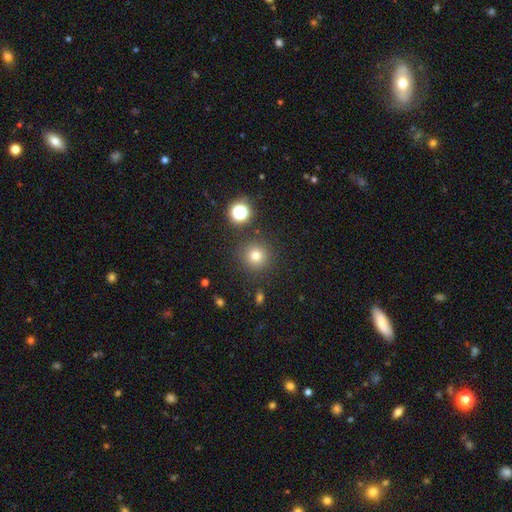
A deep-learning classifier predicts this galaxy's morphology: This is likely a smooth galaxy (76%). How rounded: clearly round (94%). Merging: clearly none (86%).